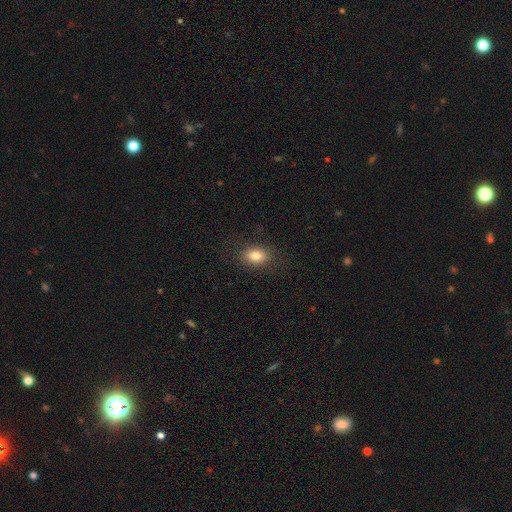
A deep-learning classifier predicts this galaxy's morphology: This is clearly a smooth galaxy (83%). How rounded: clearly in between (80%). Merging: clearly none (83%).